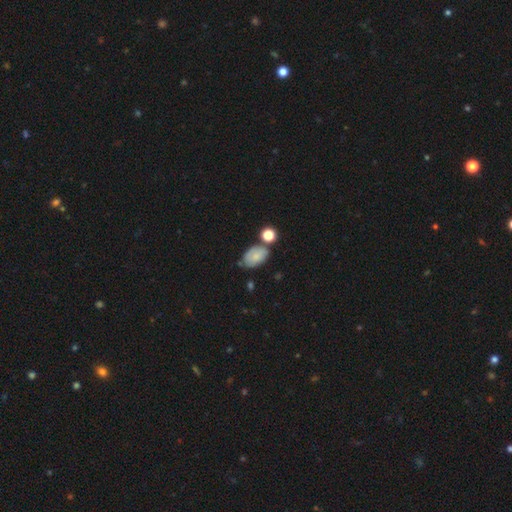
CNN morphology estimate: Smooth or featured? Predicted: smooth (p=0.73). How rounded? Predicted: in between (p=0.88). Merging? Predicted: none (p=0.56).